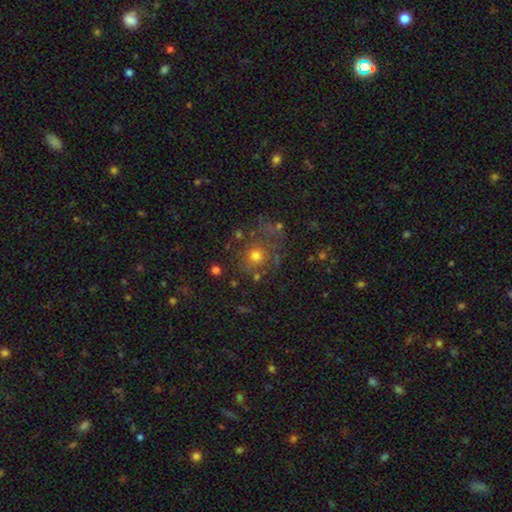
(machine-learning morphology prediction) Smooth or featured? Predicted: smooth (p=0.65). How rounded? Predicted: round (p=0.84). Merging? Predicted: none (p=0.61).